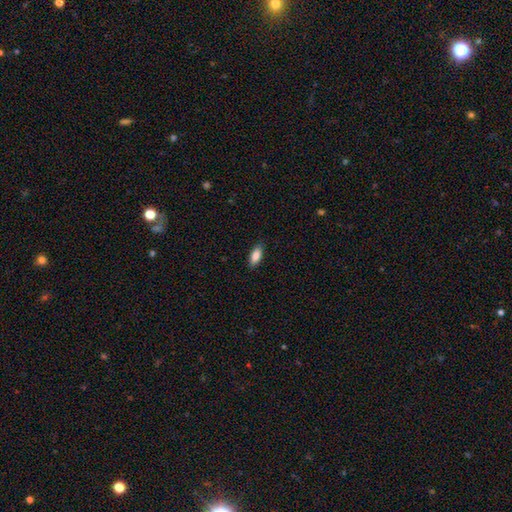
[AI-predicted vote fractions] Smooth or featured? smooth (86%)
How rounded? in between (82%)
Merging? none (88%)